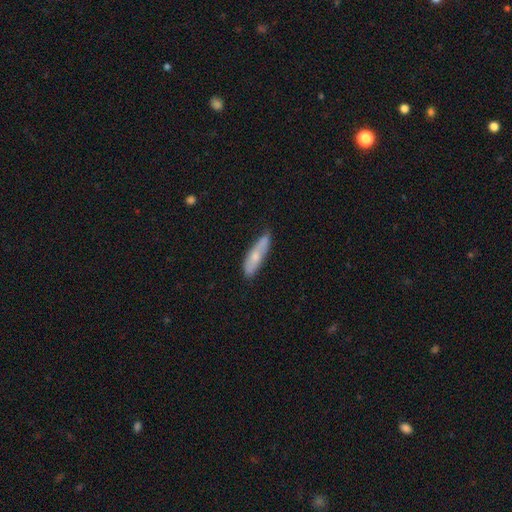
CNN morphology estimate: This appears to be a smooth galaxy with no disk features (60%) that is cigar-shaped (68%). Merging: none (70%).